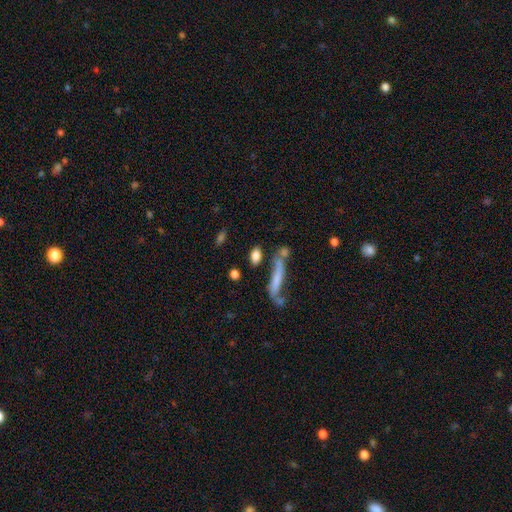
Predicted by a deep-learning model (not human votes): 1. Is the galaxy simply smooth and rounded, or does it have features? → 78% smooth, 14% featured or disk, 9% star or artifact.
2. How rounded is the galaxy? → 69% in between, 23% cigar-shaped, 8% round.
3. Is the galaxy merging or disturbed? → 59% none, 20% merger, 14% minor disturbance, 7% major disturbance.